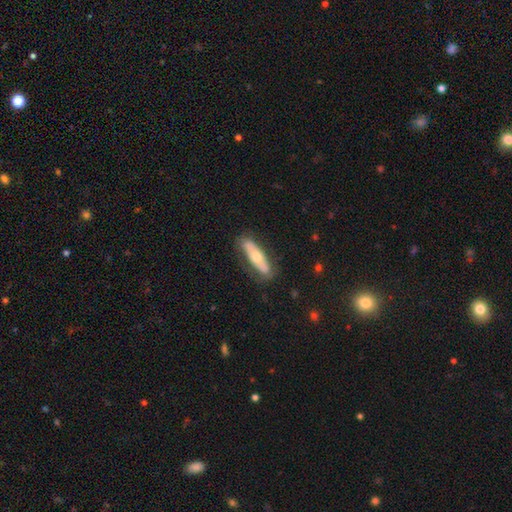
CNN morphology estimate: Overall: smooth (49%; featured or disk 45%). Merging: none (77%).